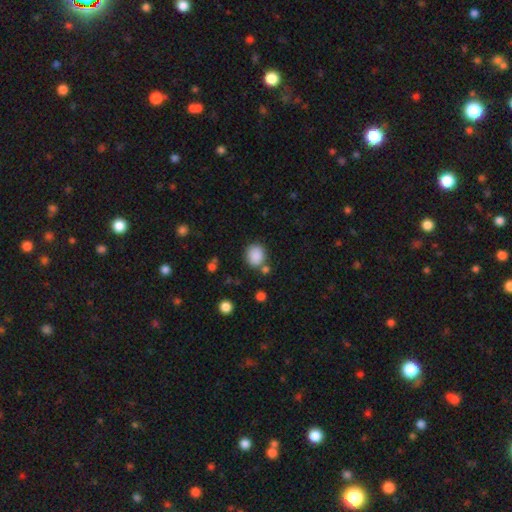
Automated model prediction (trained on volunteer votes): Overall: smooth (87%). How rounded: round (69%; in between 30%). Merging: none (75%).